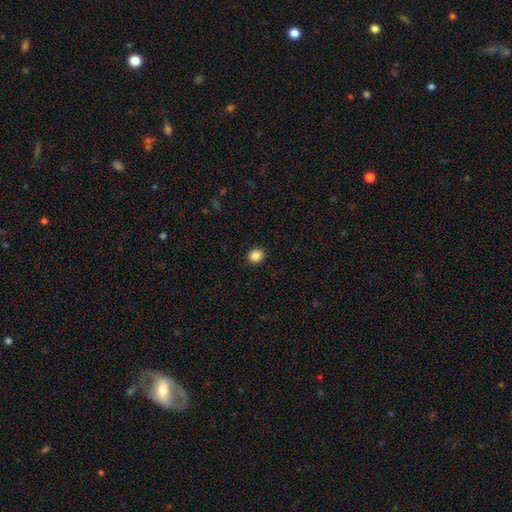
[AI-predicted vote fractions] Morphology: type=smooth (86%); roundness=round (75%); merging=none (91%).